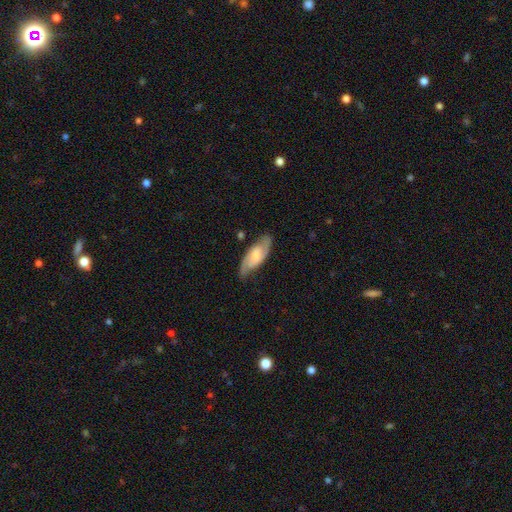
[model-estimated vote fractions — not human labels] Smooth or featured: featured or disk — 67% (smooth — 27%)
Edge-on disk: no — 91% (yes — 9%)
Bar: weak — 46% (no — 40%)
Spiral arms: yes — 92% (no — 8%)
Spiral winding: medium — 50% (tight — 26%)
Spiral arm count: 2 — 86% (can't tell — 8%)
Bulge size: small — 42% (moderate — 31%)
Merging: none — 75% (minor disturbance — 18%)